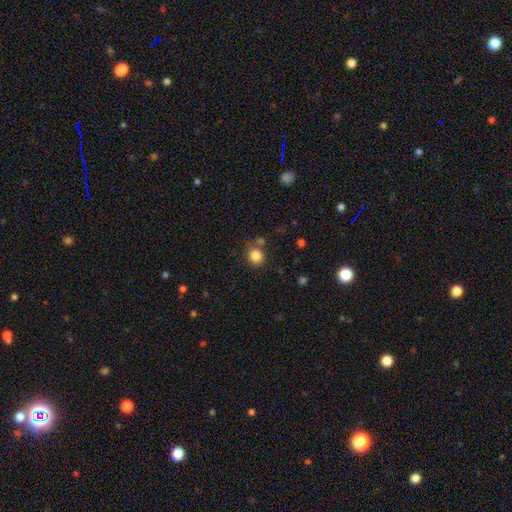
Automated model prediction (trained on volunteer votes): Overall: smooth (84%). How rounded: round (86%). Merging: none (75%).